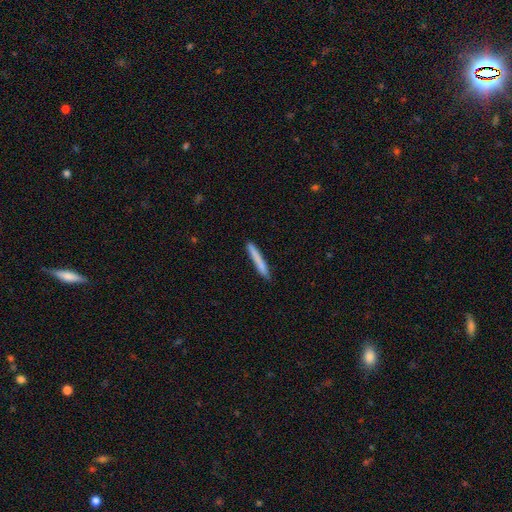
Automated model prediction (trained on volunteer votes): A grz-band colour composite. It shows a smooth galaxy with no disk features (79%) that is cigar-shaped (96%). Merging: none (85%).